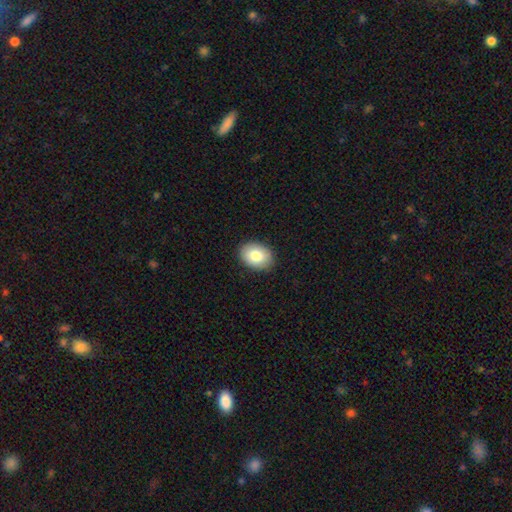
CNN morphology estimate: The model was most divided on "how rounded": in between: 73%, round: 26%, cigar-shaped: 1%. More confident: merging — none (89%); smooth or featured — smooth (81%).